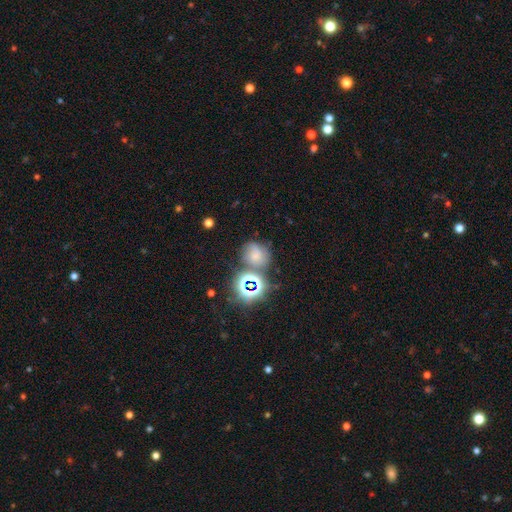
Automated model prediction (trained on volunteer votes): A smooth galaxy with no disk features (44%).

Vote fractions:
- Smooth or featured? smooth: 44% / star or artifact: 31% / featured or disk: 25%
- Merging? none: 56% / minor disturbance: 18% / merger: 16% / major disturbance: 9%